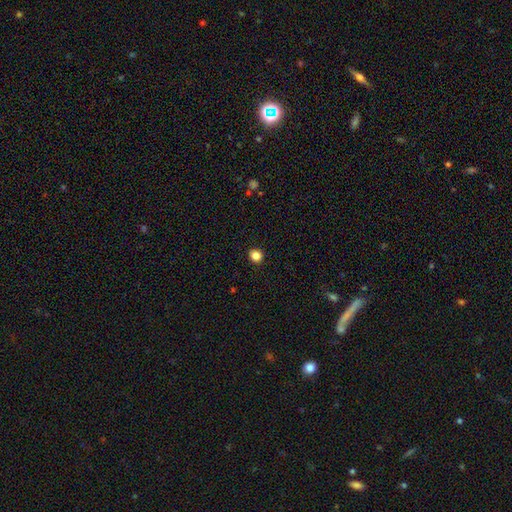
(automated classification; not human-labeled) smooth 84%, star or artifact 12%, featured or disk 4%. Down the decision tree: how rounded — round (86%); merging — none (93%).